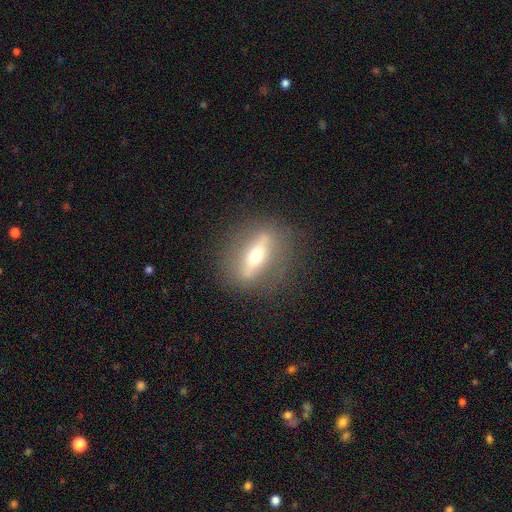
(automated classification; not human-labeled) This appears to be a featured or disk galaxy (66%) viewed edge-on (66%). Merging: none (82%).